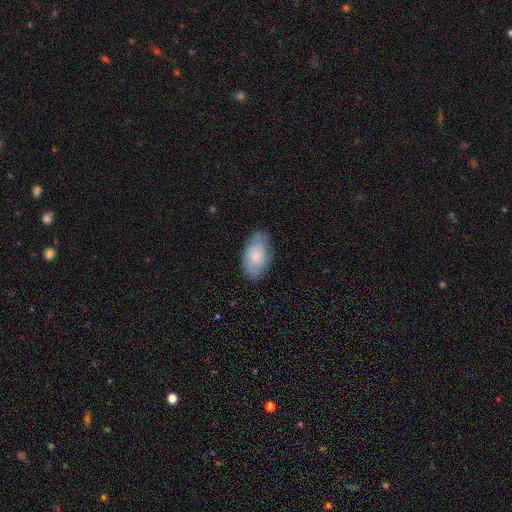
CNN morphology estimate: This is likely a smooth galaxy (71%). How rounded: clearly in between (93%). Merging: likely none (68%).